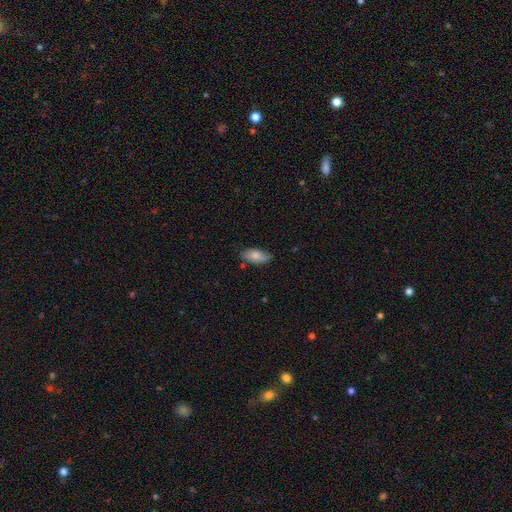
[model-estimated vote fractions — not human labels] Q: Smooth or featured?
A: smooth (77%); runner-up: featured or disk (16%)
Q: How rounded?
A: in between (89%); runner-up: cigar-shaped (8%)
Q: Merging?
A: none (70%); runner-up: minor disturbance (24%)